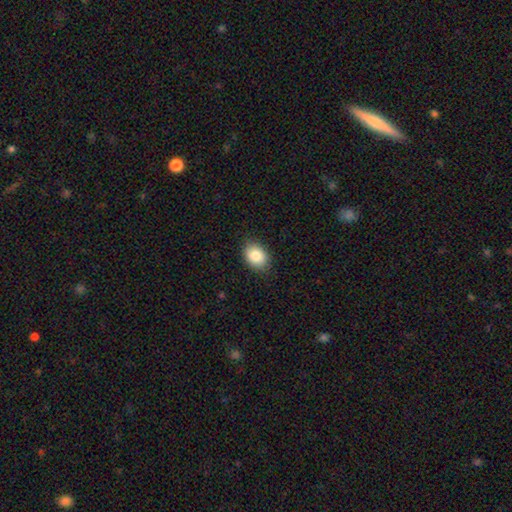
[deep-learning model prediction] Smooth or featured: smooth — 85% (star or artifact — 8%)
How rounded: in between — 69% (round — 30%)
Merging: none — 86% (minor disturbance — 11%)